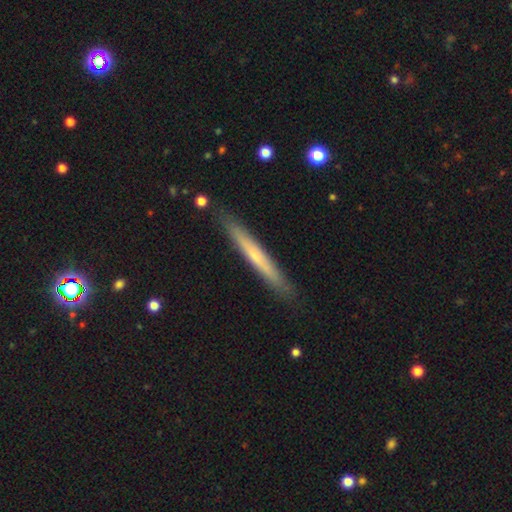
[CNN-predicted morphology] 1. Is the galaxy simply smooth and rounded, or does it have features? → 52% smooth, 43% featured or disk, 6% star or artifact.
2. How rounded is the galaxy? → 97% cigar-shaped, 2% in between, 1% round.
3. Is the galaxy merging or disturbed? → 89% none, 8% minor disturbance, 1% major disturbance, 1% merger.